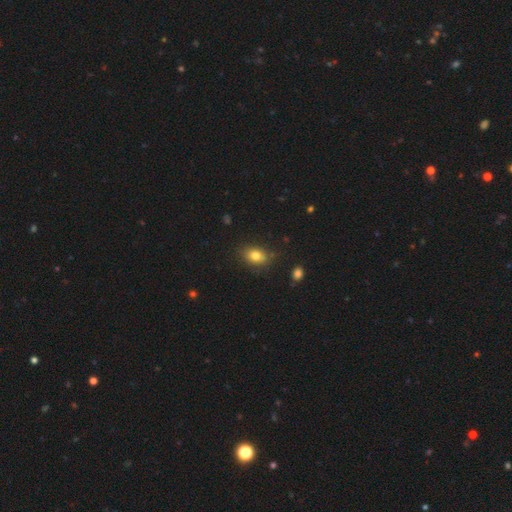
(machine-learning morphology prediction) This is clearly a smooth galaxy (81%). How rounded: likely in between (76%). Merging: clearly none (81%).